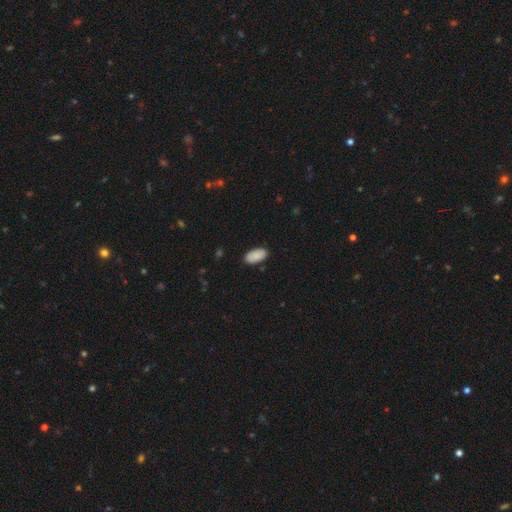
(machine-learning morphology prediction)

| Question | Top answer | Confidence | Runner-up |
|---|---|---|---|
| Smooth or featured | smooth | 89% | star or artifact (6%) |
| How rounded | in between | 95% | cigar-shaped (3%) |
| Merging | none | 87% | minor disturbance (10%) |